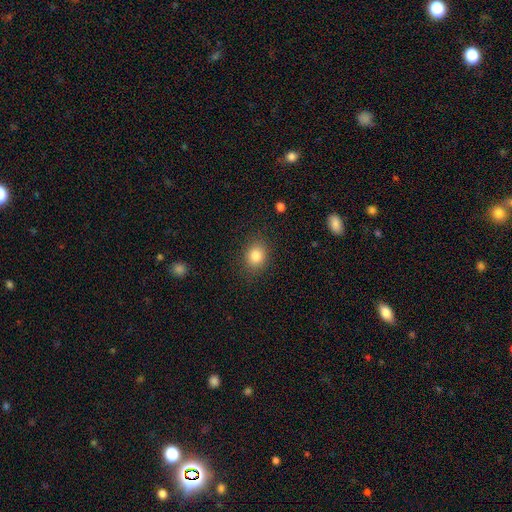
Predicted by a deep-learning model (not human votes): Smooth or featured: smooth — 83% (star or artifact — 10%)
How rounded: round — 53% (in between — 46%)
Merging: none — 86% (minor disturbance — 10%)